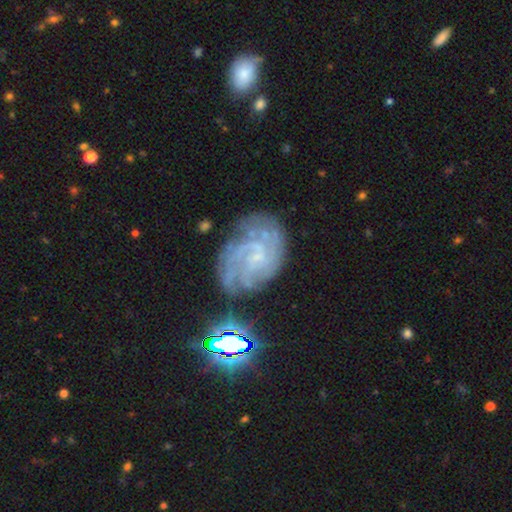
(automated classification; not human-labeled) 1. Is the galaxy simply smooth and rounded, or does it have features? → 76% featured or disk, 12% star or artifact, 12% smooth.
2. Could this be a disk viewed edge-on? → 97% no, 3% yes.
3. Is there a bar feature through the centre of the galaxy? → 56% no, 37% weak, 7% strong.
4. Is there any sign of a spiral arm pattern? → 91% yes, 9% no.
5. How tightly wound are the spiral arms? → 57% tight, 33% medium, 10% loose.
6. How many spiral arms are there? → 41% can't tell, 18% 3, 15% 2, 13% 4, 7% more than 4, 6% 1.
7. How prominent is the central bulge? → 55% small, 32% none, 10% moderate, 1% large, 1% dominant.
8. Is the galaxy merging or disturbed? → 60% none, 22% minor disturbance, 14% major disturbance, 4% merger.